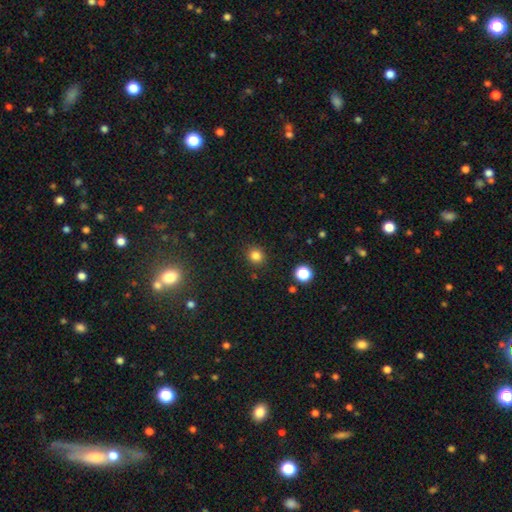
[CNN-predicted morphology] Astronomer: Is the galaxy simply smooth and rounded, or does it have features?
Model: smooth — 82%.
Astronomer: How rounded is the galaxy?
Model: round — 87%.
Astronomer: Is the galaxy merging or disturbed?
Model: none — 90%.